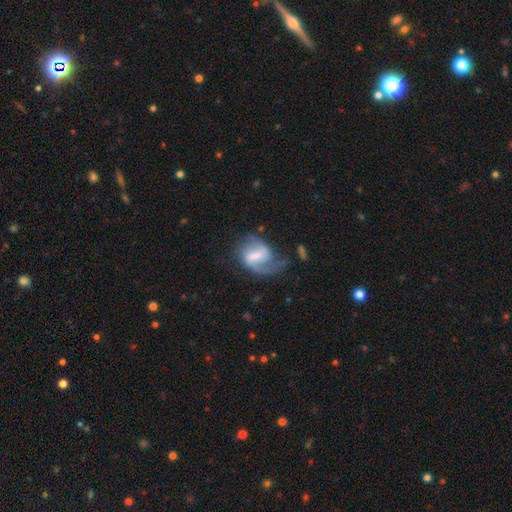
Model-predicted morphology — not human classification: This appears to be a featured or disk galaxy (77%) with a weak bar (54%), 2 (69%) medium (46%) spiral arms (91%) and a moderate central bulge (40%). Merging: none (47%).